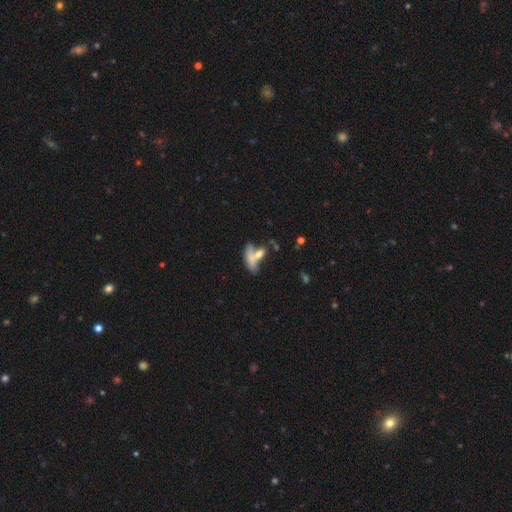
smooth 61%, featured or disk 32%, star or artifact 8%. Down the decision tree: how rounded — in between (78%); merging — merger (57%).